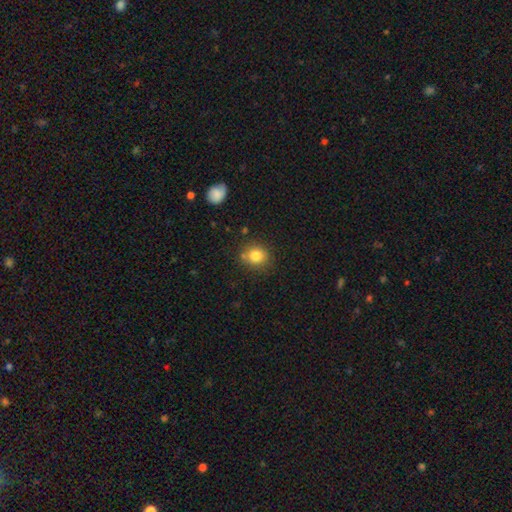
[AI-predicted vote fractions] This appears to be a smooth galaxy with no disk features (82%) that is round (80%). Merging: none (77%).